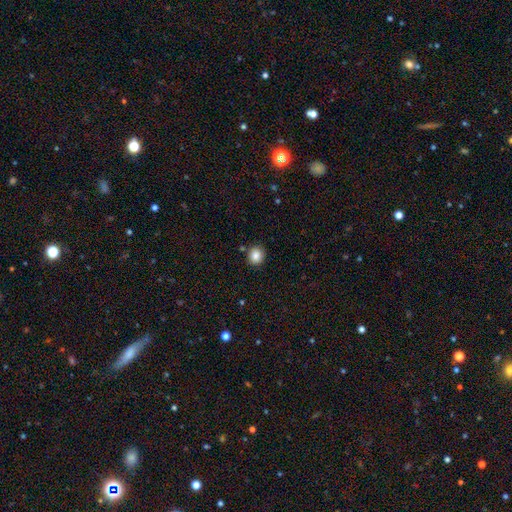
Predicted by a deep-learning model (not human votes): Smooth or featured? Predicted: smooth (p=0.85). How rounded? Predicted: round (p=0.85). Merging? Predicted: none (p=0.87).